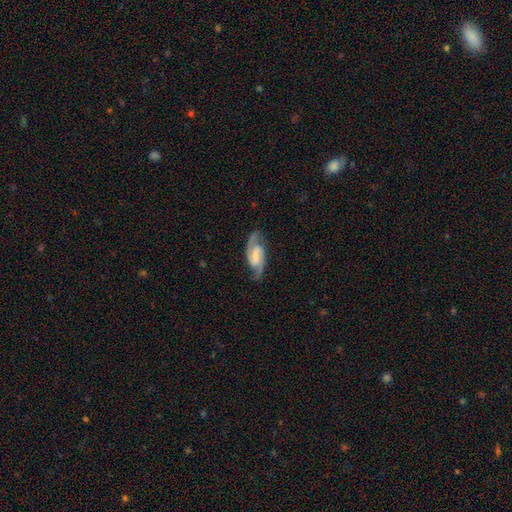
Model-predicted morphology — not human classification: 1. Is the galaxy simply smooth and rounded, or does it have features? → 86% featured or disk, 9% smooth, 5% star or artifact.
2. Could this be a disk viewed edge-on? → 96% no, 4% yes.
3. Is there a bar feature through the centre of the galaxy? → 49% weak, 30% strong, 20% no.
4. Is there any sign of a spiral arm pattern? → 97% yes, 3% no.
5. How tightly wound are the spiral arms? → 55% medium, 25% tight, 20% loose.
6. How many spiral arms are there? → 92% 2, 3% can't tell, 2% 1, 1% 3, 1% 4, 1% more than 4.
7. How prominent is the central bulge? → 38% small, 29% none, 25% moderate, 6% large, 1% dominant.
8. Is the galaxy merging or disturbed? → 79% none, 15% minor disturbance, 5% major disturbance, 1% merger.